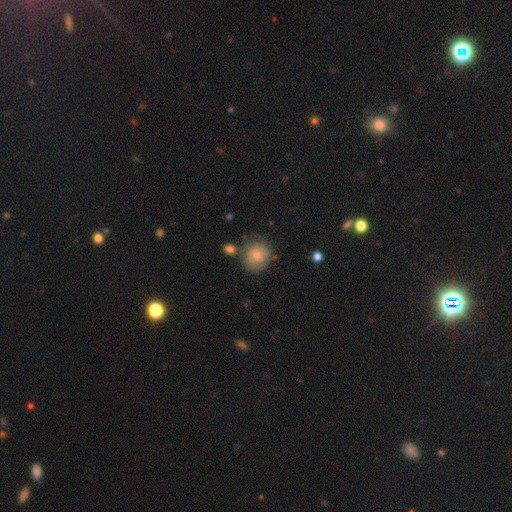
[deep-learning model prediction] smooth 74%, featured or disk 18%, star or artifact 7%. Down the decision tree: how rounded — round (83%); merging — none (66%).